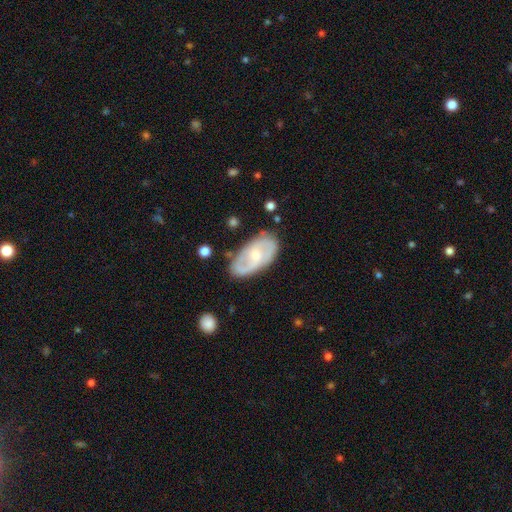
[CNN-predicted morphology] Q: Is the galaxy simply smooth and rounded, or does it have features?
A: featured or disk — 63%.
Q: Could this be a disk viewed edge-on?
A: no — 94%.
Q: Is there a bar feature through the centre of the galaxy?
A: no — 52%.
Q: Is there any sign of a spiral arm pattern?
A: yes — 80%.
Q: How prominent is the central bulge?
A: small — 55%.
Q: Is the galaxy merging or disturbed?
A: none — 68%.